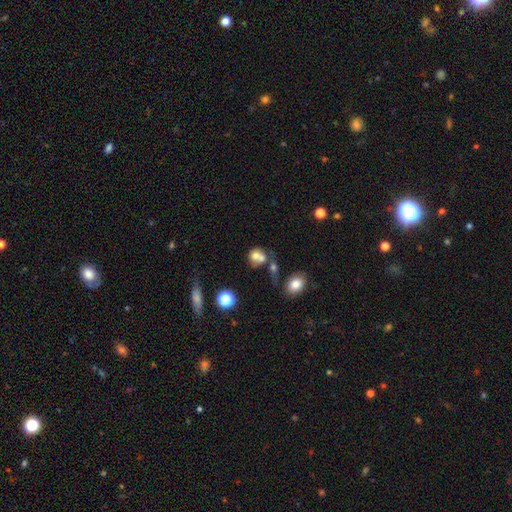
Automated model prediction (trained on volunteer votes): Smooth or featured: smooth — 70% (featured or disk — 18%)
How rounded: round — 64% (in between — 34%)
Merging: merger — 56% (none — 28%)